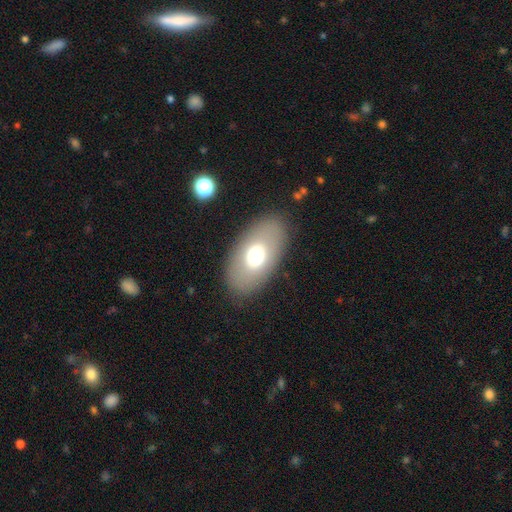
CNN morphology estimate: This appears to be a smooth galaxy with no disk features (64%) that is in between round and cigar-shaped (90%). Merging: none (85%).